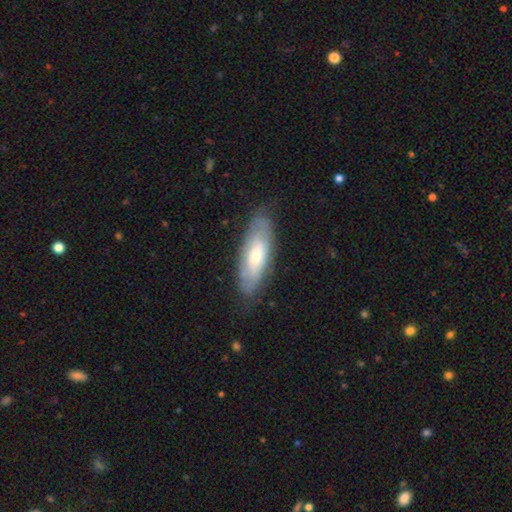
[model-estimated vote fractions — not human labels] Smooth or featured?
  - featured or disk: 48% *
  - smooth: 46%
  - star or artifact: 6%
Merging?
  - none: 77% *
  - minor disturbance: 18%
  - major disturbance: 4%
  - merger: 1%